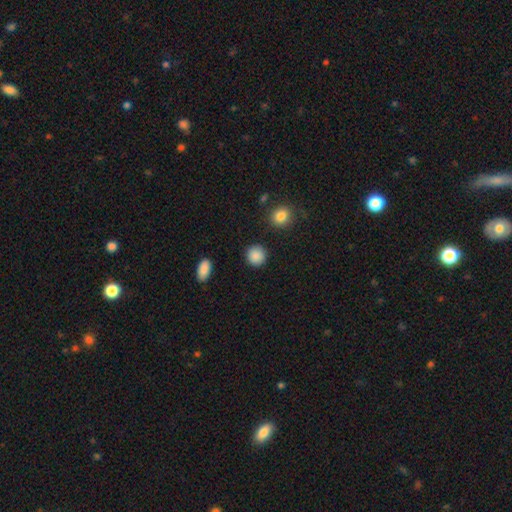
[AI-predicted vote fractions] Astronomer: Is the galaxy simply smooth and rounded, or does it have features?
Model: smooth — 89%.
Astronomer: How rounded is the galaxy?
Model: round — 92%.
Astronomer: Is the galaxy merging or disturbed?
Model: none — 90%.